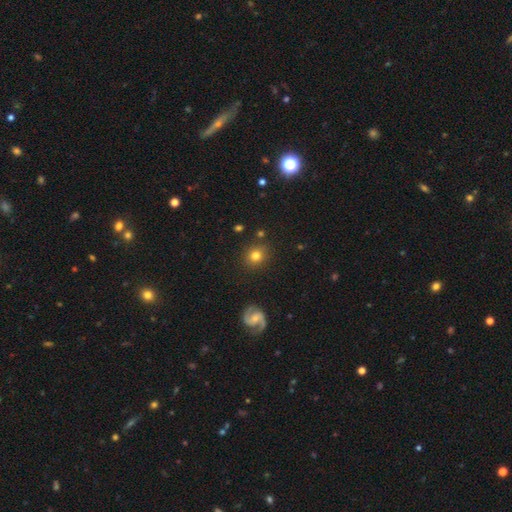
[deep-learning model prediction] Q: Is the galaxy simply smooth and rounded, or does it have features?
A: smooth — 73%.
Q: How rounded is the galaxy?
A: round — 83%.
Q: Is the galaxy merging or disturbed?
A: none — 87%.